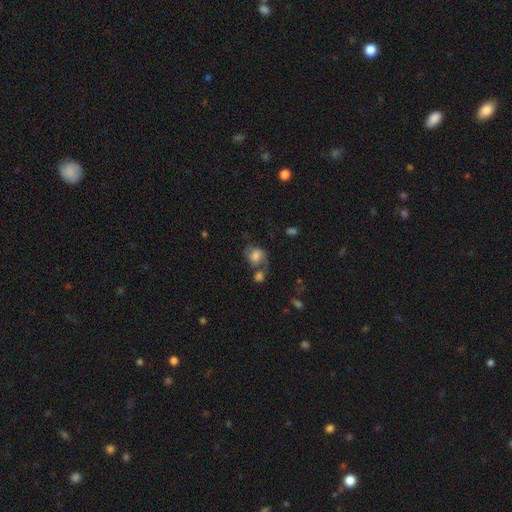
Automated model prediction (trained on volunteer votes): The model was most divided on "smooth or featured": featured or disk: 45%, smooth: 44%, star or artifact: 10%. Remaining: merging — none (41%).